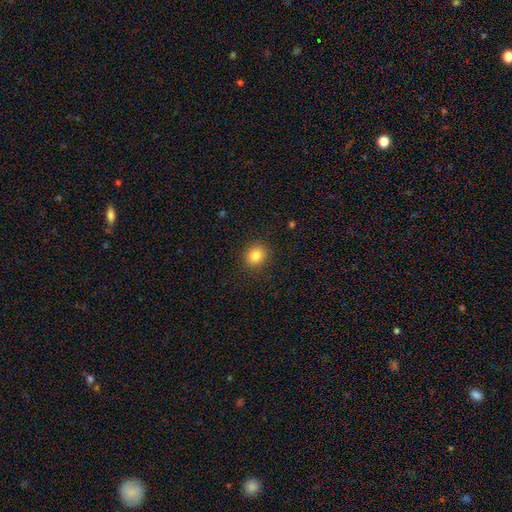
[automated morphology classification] Q: Smooth or featured?
A: smooth (82%); runner-up: star or artifact (11%)
Q: How rounded?
A: round (81%); runner-up: in between (18%)
Q: Merging?
A: none (89%); runner-up: minor disturbance (8%)